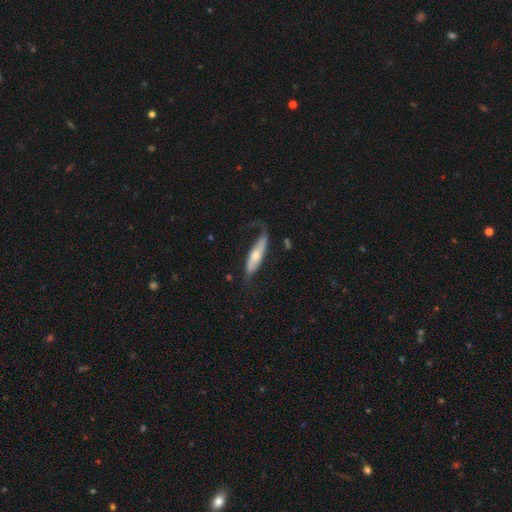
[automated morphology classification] A featured or disk galaxy (54%).

Vote fractions:
- Smooth or featured? featured or disk: 54% / smooth: 40% / star or artifact: 6%
- Edge-on disk? no: 52% / yes: 48%
- Merging? none: 46% / minor disturbance: 27% / major disturbance: 24% / merger: 3%